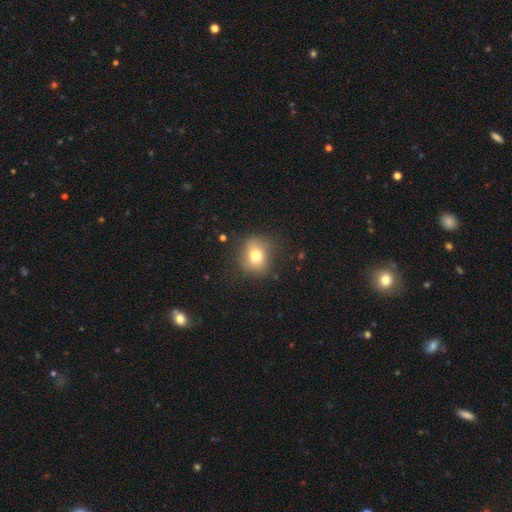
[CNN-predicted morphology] type=smooth (73%); roundness=round (68%); merging=none (78%).